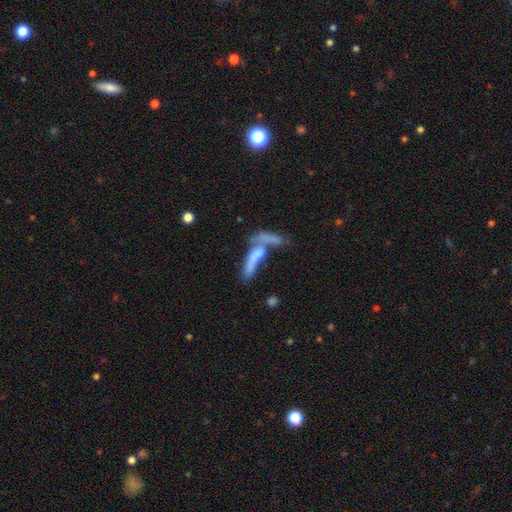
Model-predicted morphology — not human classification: smooth 58%, featured or disk 32%, star or artifact 10%. Down the decision tree: how rounded — cigar-shaped (64%); merging — merger (55%).